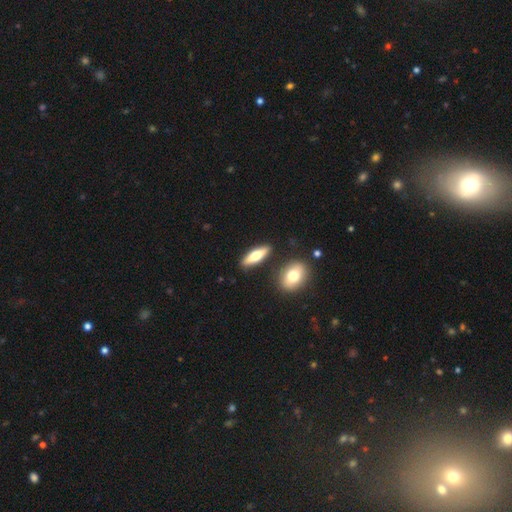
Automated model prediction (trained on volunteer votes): Q: Smooth or featured?
A: smooth (57%); runner-up: featured or disk (38%)
Q: How rounded?
A: cigar-shaped (58%); runner-up: in between (39%)
Q: Merging?
A: none (85%); runner-up: minor disturbance (8%)